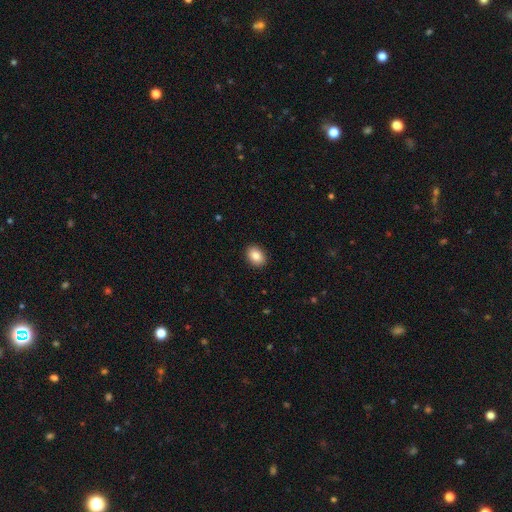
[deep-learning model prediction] The model was most divided on "how rounded": in between: 71%, round: 28%, cigar-shaped: 1%. More confident: merging — none (91%); smooth or featured — smooth (86%).